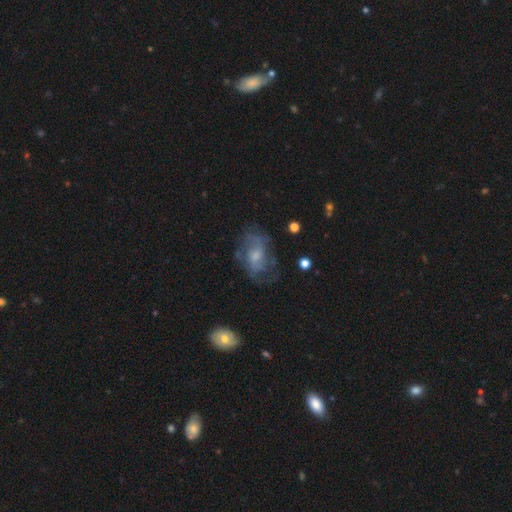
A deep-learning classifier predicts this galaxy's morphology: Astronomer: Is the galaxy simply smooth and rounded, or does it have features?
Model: featured or disk — 60%.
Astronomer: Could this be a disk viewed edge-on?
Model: no — 96%.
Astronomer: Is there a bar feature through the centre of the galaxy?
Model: no — 64%.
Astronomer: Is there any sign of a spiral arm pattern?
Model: yes — 63%.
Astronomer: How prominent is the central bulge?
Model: small — 43% (runner-up: moderate, 41%).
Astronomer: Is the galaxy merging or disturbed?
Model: none — 56%.